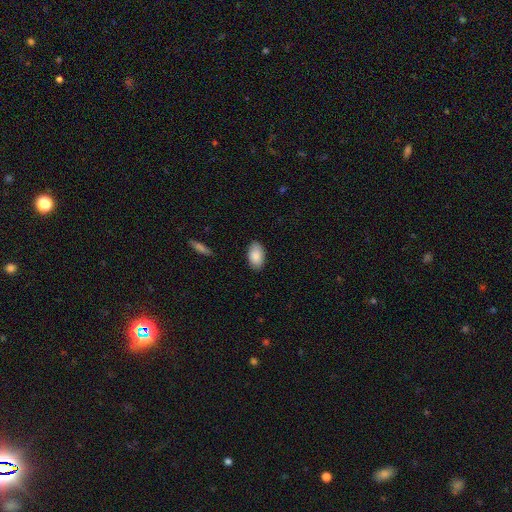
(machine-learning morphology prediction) type=smooth (88%); roundness=in between (94%); merging=none (85%).